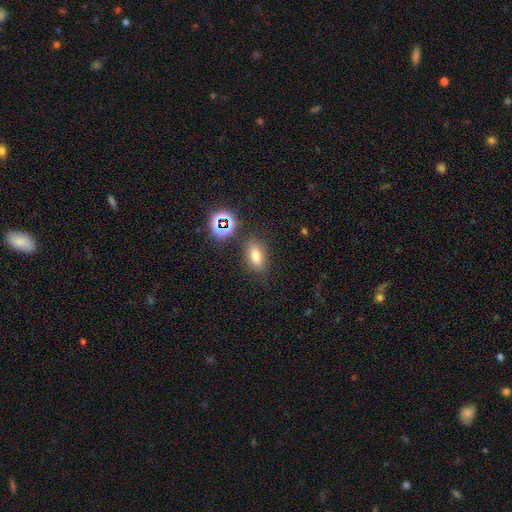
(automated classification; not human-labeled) smooth 71%, star or artifact 19%, featured or disk 10%. Down the decision tree: how rounded — in between (82%); merging — none (80%).